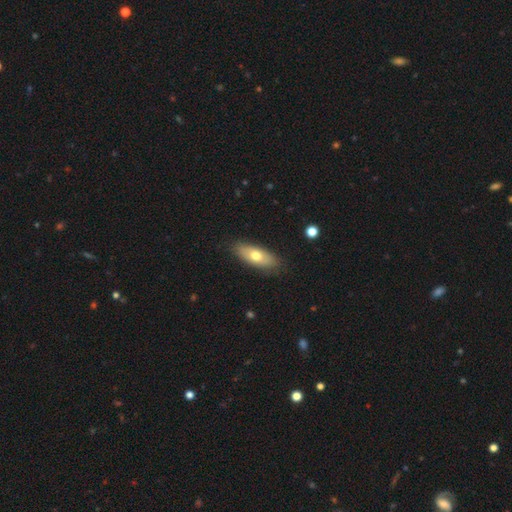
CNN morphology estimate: A smooth galaxy with no disk features (64%) that is in between round and cigar-shaped (76%).

Vote fractions:
- Smooth or featured? smooth: 64% / featured or disk: 30% / star or artifact: 6%
- How rounded? in between: 76% / cigar-shaped: 20% / round: 3%
- Merging? none: 84% / minor disturbance: 12% / major disturbance: 3% / merger: 1%